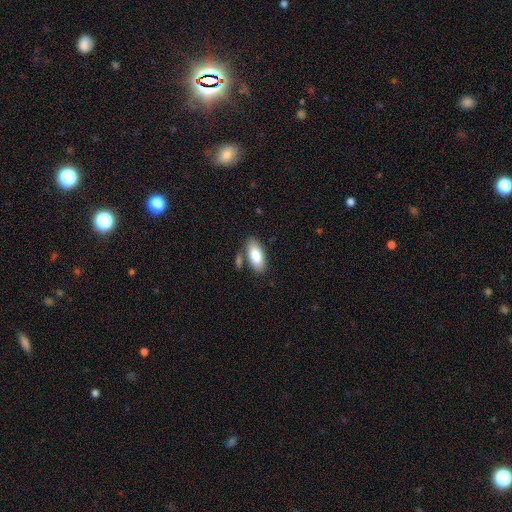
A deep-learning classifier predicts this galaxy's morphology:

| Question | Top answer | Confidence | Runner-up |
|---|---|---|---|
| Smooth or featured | smooth | 84% | featured or disk (10%) |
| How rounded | in between | 88% | cigar-shaped (9%) |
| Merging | none | 73% | minor disturbance (14%) |